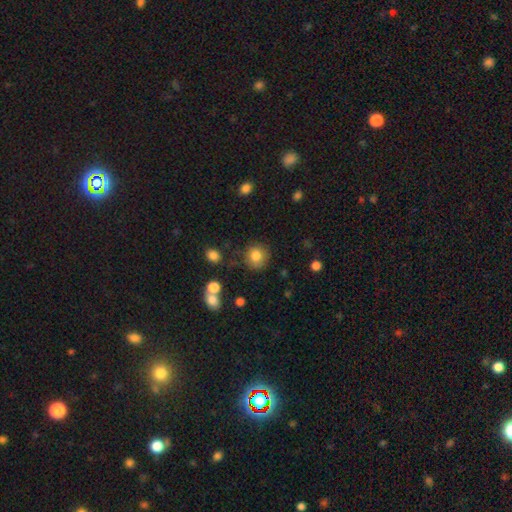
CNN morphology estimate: Smooth or featured?
  - smooth: 81% *
  - star or artifact: 11%
  - featured or disk: 8%
How rounded?
  - round: 87% *
  - in between: 12%
  - cigar-shaped: 1%
Merging?
  - none: 79% *
  - minor disturbance: 13%
  - major disturbance: 4%
  - merger: 3%